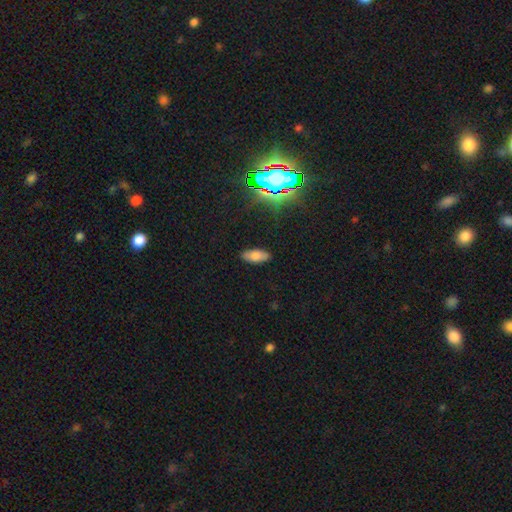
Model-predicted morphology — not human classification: Smooth or featured? Predicted: smooth (p=0.75). How rounded? Predicted: in between (p=0.86). Merging? Predicted: none (p=0.87).